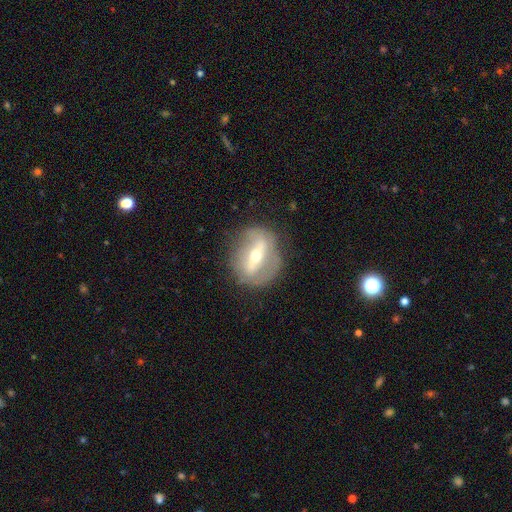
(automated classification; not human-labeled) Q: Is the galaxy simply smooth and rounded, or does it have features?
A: featured or disk — 73%.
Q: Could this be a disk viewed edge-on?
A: no — 82%.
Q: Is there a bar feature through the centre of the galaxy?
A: strong — 69%.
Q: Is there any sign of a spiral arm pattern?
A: no — 60%.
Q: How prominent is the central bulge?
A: moderate — 51%.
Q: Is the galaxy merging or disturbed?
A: none — 74%.